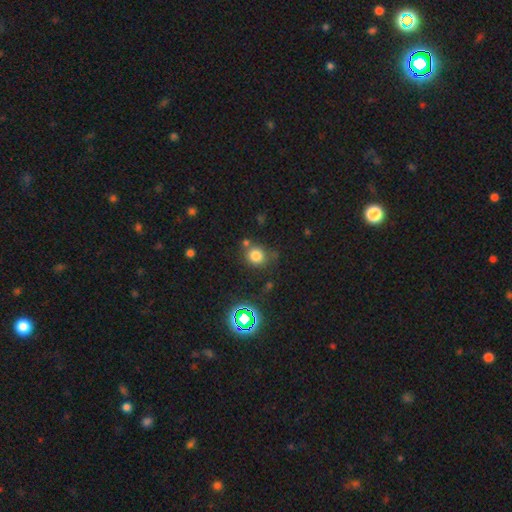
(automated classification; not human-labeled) smooth 75%, star or artifact 17%, featured or disk 7%. Down the decision tree: how rounded — round (81%); merging — none (66%).